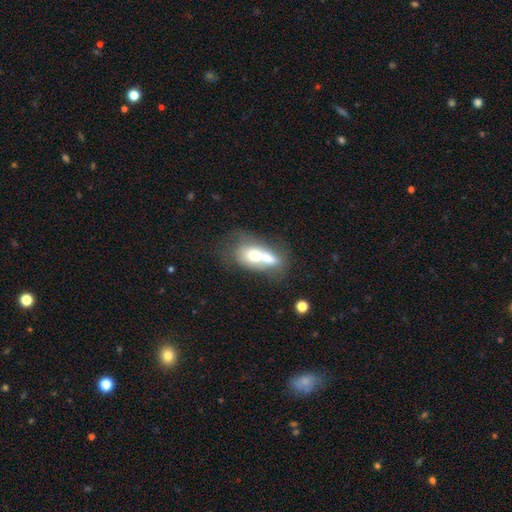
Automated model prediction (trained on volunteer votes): smooth 59%, featured or disk 32%, star or artifact 9%. Down the decision tree: how rounded — in between (73%); merging — merger (66%).